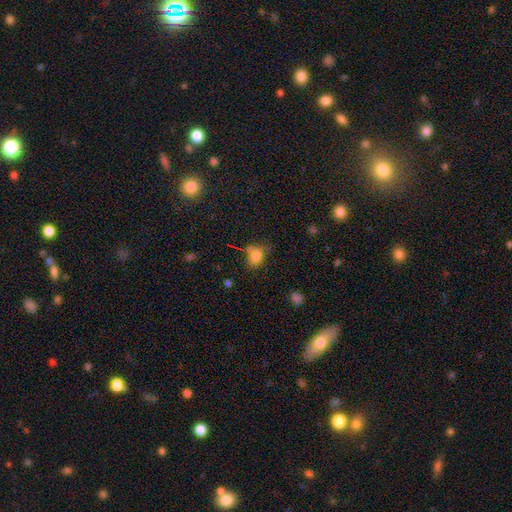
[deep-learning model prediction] This appears to be a smooth galaxy with no disk features (80%) that is in between round and cigar-shaped (67%). Merging: none (58%).